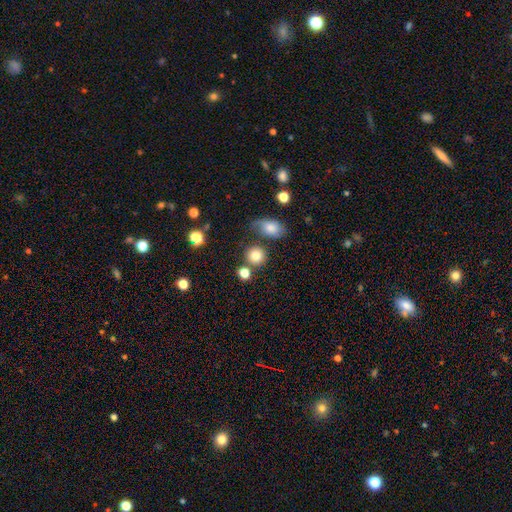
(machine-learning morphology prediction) A smooth galaxy with no disk features (81%) that is round (86%).

Vote fractions:
- Smooth or featured? smooth: 81% / star or artifact: 11% / featured or disk: 8%
- How rounded? round: 86% / in between: 13% / cigar-shaped: 1%
- Merging? none: 72% / merger: 12% / minor disturbance: 11% / major disturbance: 5%